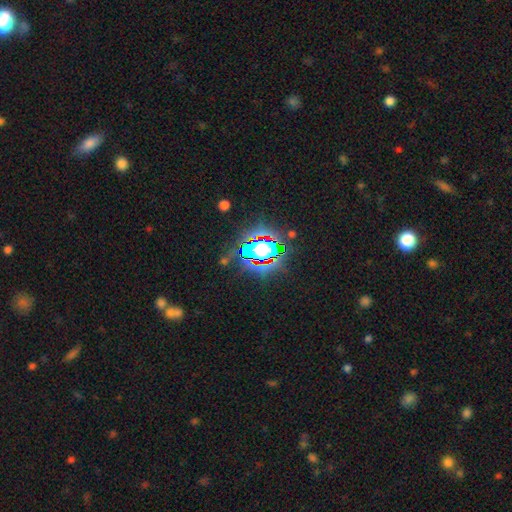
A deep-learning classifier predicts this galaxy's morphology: The model was most divided on "smooth or featured": star or artifact: 79%, smooth: 12%, featured or disk: 8%.